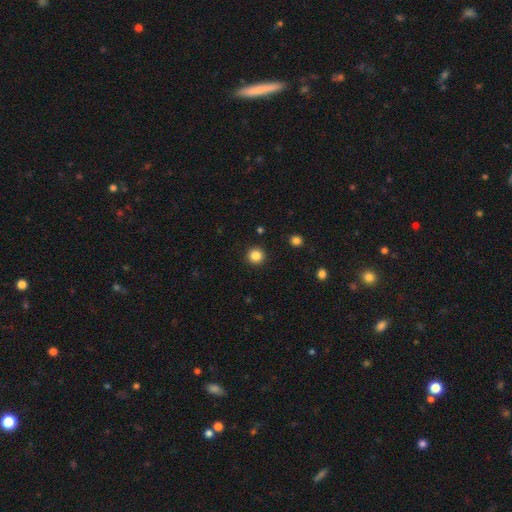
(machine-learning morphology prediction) Overall: smooth (84%). How rounded: round (95%). Merging: none (93%).